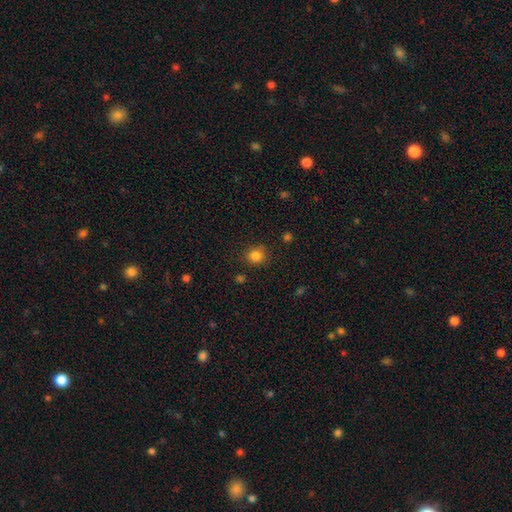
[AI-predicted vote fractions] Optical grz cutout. It shows a smooth galaxy with no disk features (84%) that is round (83%). Merging: none (81%).